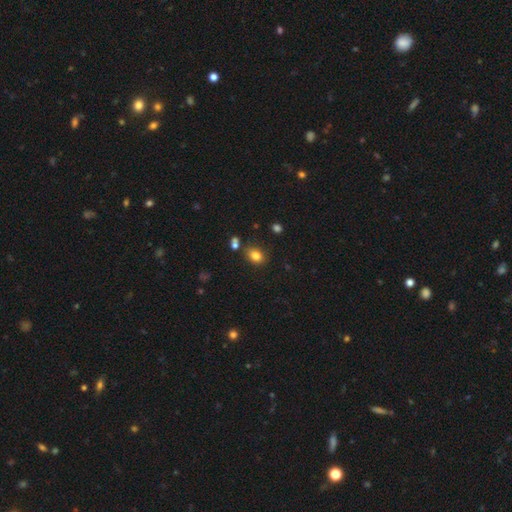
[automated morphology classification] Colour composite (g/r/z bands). It shows a smooth galaxy with no disk features (82%) that is in between round and cigar-shaped (61%). Merging: none (77%).